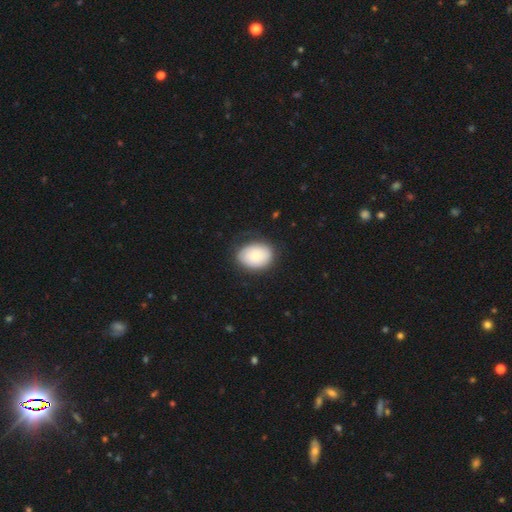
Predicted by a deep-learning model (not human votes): A smooth galaxy with no disk features (71%) that is in between round and cigar-shaped (69%). Merging: none (73%).